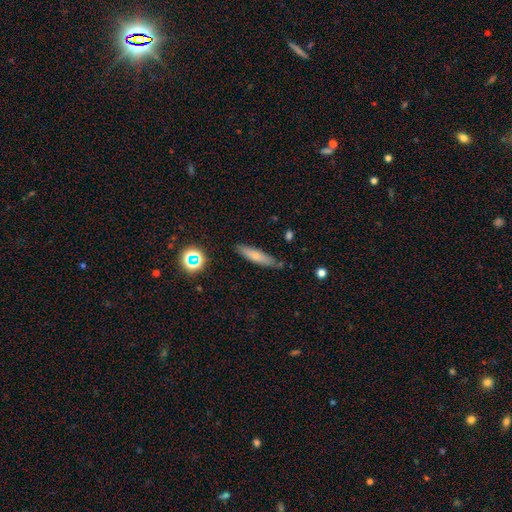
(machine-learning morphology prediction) Smooth or featured: smooth — 68% (featured or disk — 23%)
How rounded: cigar-shaped — 81% (in between — 17%)
Merging: none — 80% (minor disturbance — 14%)